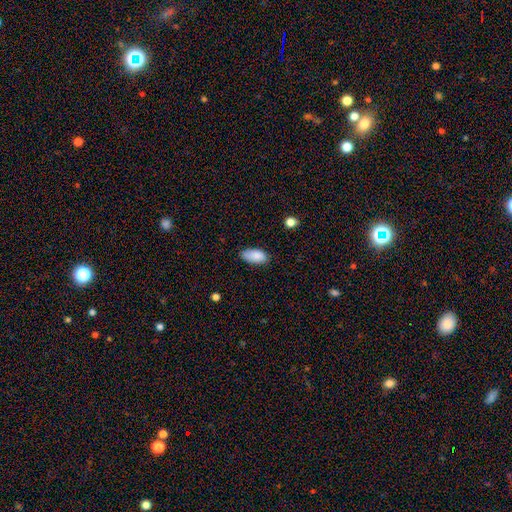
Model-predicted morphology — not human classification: This appears to be a smooth galaxy with no disk features (87%) that is in between round and cigar-shaped (93%). Merging: none (74%).